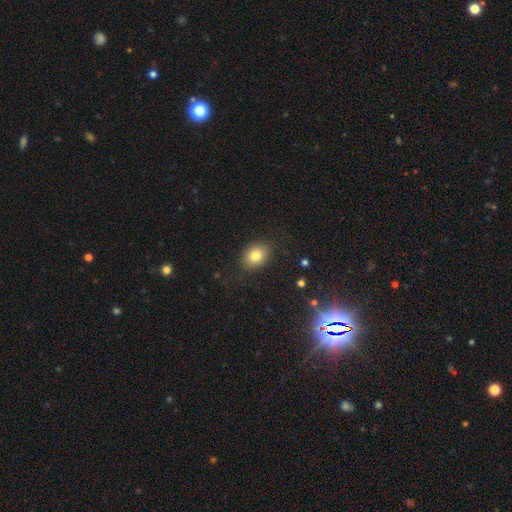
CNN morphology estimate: A smooth galaxy with no disk features (80%) that is in between round and cigar-shaped (56%). Merging: none (85%).